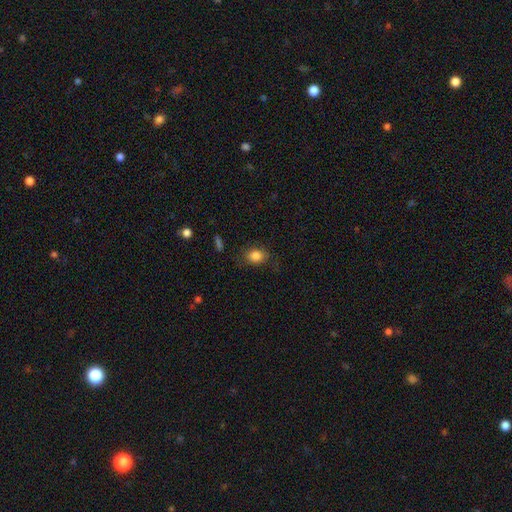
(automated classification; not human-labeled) This appears to be a smooth galaxy with no disk features (84%) that is in between round and cigar-shaped (58%). Merging: none (76%).